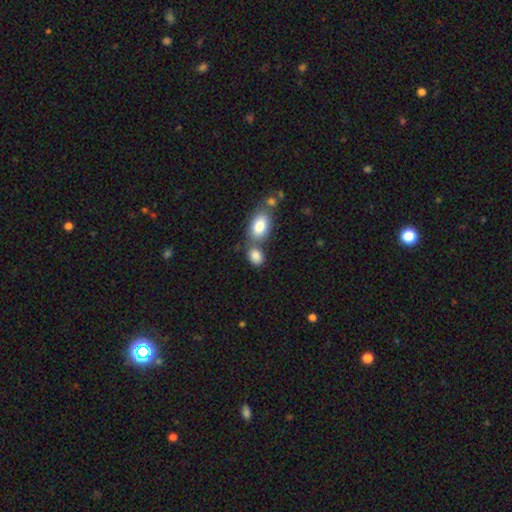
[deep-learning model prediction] smooth-or-featured: smooth: 85% | star or artifact: 8% | featured or disk: 7%
  how-rounded: in between: 82% | round: 16% | cigar-shaped: 2%
  merging: none: 43% | merger: 42% | minor disturbance: 11% | major disturbance: 4%